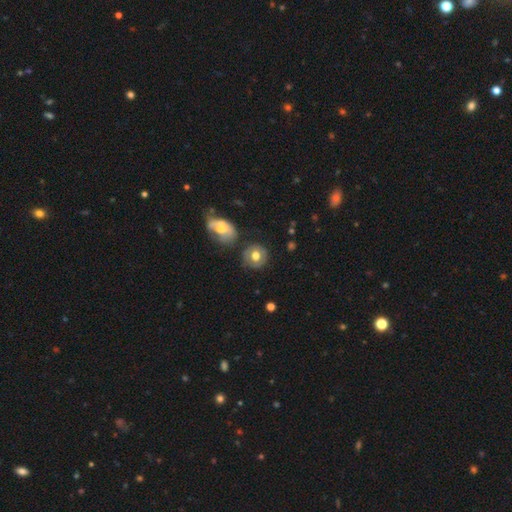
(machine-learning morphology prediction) smooth 64%, featured or disk 28%, star or artifact 8%. Down the decision tree: how rounded — round (82%); merging — none (73%).